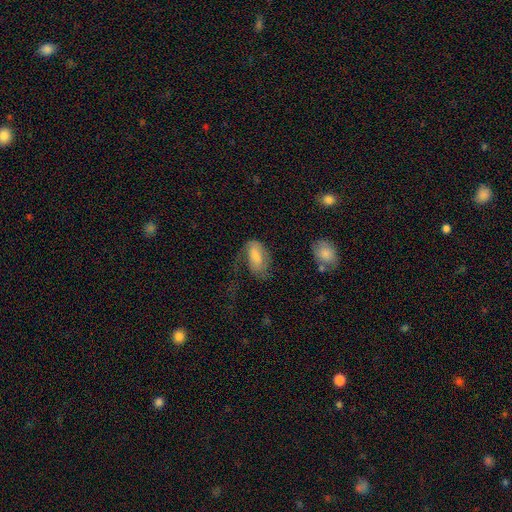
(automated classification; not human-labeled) smooth 55%, featured or disk 37%, star or artifact 8%. Down the decision tree: how rounded — in between (91%); merging — major disturbance (40%).